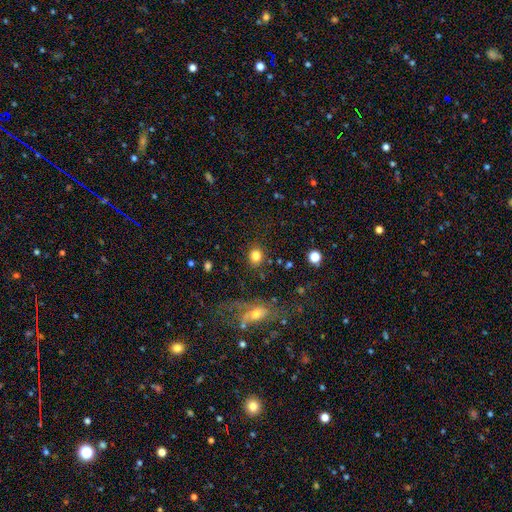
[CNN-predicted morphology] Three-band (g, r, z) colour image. It shows a smooth galaxy with no disk features (82%) that is round (77%). Merging: none (87%).